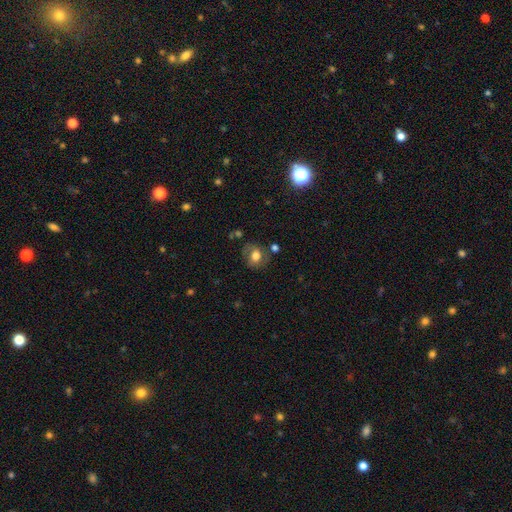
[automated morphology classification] Smooth or featured: smooth — 65% (featured or disk — 25%)
How rounded: round — 63% (in between — 36%)
Merging: none — 67% (minor disturbance — 20%)